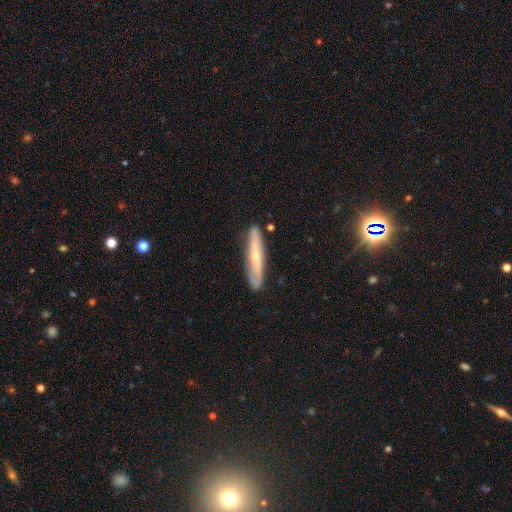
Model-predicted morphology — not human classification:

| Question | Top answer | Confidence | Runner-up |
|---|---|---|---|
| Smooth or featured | featured or disk | 53% | smooth (40%) |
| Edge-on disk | yes | 72% | no (28%) |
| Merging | none | 82% | minor disturbance (13%) |